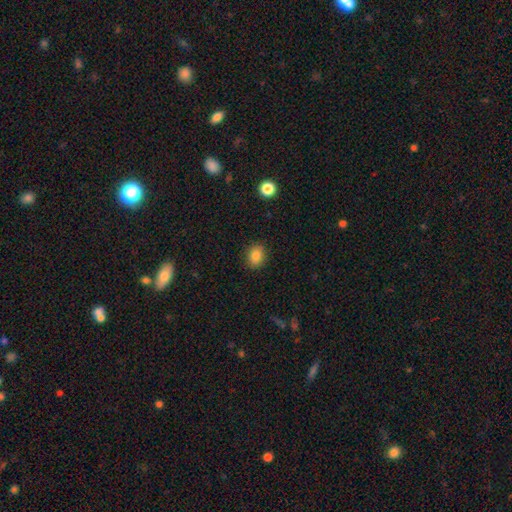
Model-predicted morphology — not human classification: type=smooth (85%); roundness=in between (53%); merging=none (88%).